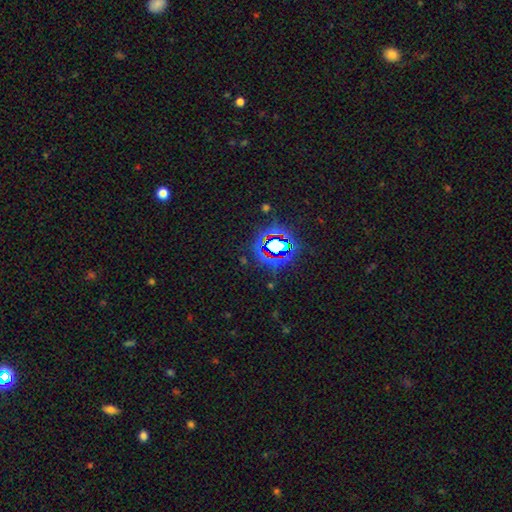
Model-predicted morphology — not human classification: Q: Smooth or featured?
A: star or artifact (75%); runner-up: smooth (15%)